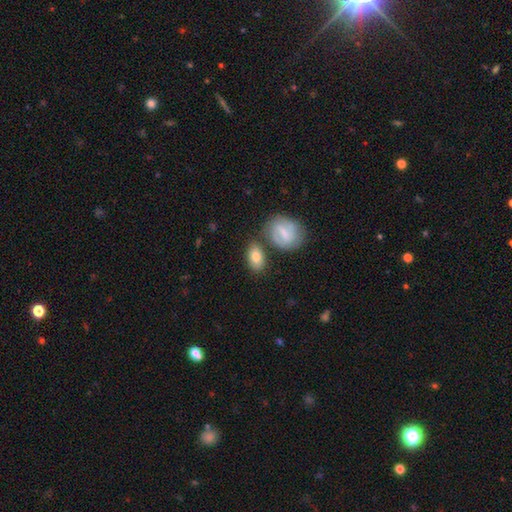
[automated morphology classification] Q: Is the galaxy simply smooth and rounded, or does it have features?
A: smooth — 75%.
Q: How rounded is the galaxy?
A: in between — 84%.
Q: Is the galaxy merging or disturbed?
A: none — 69%.